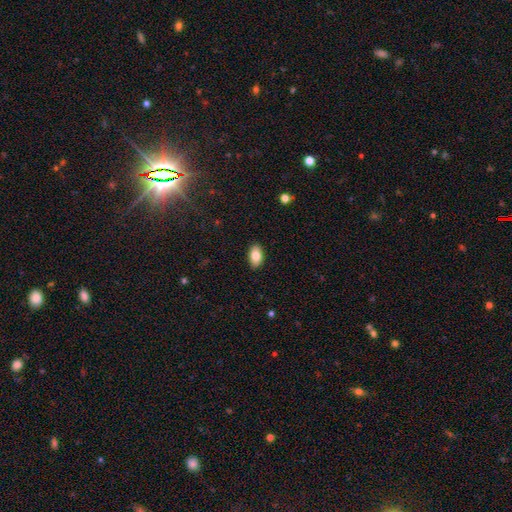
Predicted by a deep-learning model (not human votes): Smooth or featured?
  - smooth: 83% *
  - featured or disk: 10%
  - star or artifact: 7%
How rounded?
  - in between: 93% *
  - round: 5%
  - cigar-shaped: 2%
Merging?
  - none: 89% *
  - minor disturbance: 8%
  - major disturbance: 2%
  - merger: 1%